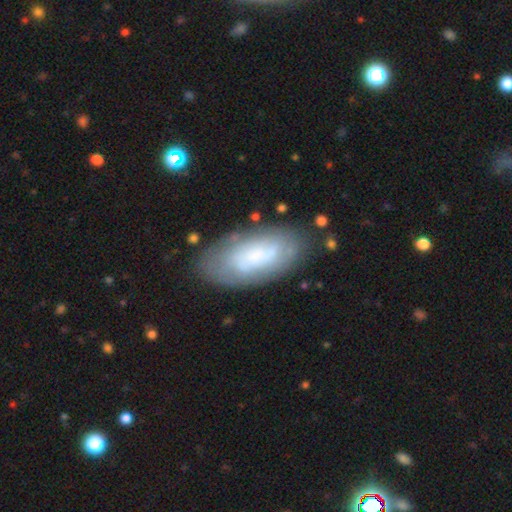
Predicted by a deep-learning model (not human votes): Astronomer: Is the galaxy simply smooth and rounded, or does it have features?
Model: smooth — 49% (runner-up: featured or disk, 43%).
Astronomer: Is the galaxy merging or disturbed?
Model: none — 72%.